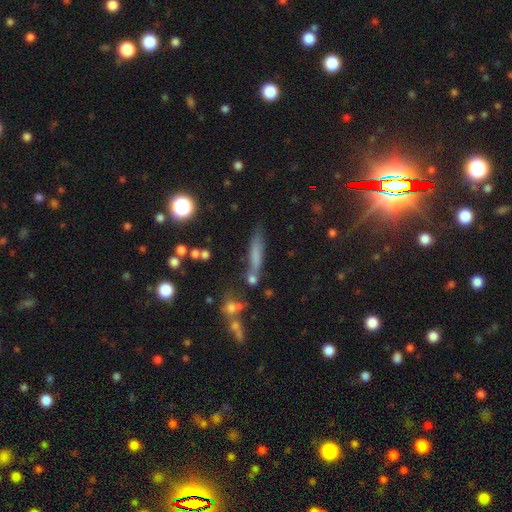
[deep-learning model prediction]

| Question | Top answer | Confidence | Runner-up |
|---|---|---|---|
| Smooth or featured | smooth | 66% | featured or disk (21%) |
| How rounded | cigar-shaped | 81% | in between (15%) |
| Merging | none | 63% | minor disturbance (19%) |